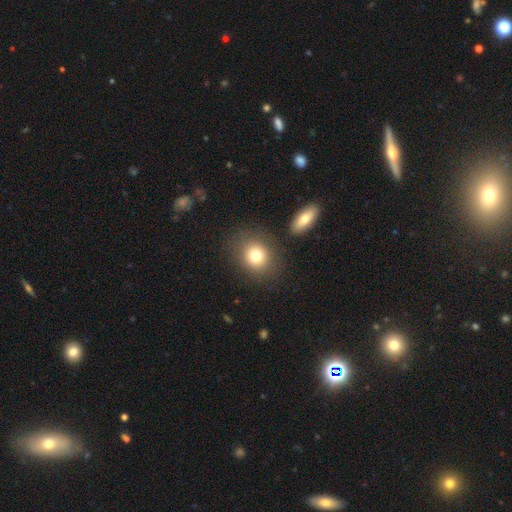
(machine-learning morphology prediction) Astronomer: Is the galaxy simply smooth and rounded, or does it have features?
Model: smooth — 77%.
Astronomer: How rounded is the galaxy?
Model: round — 69%.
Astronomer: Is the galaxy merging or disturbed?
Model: none — 79%.